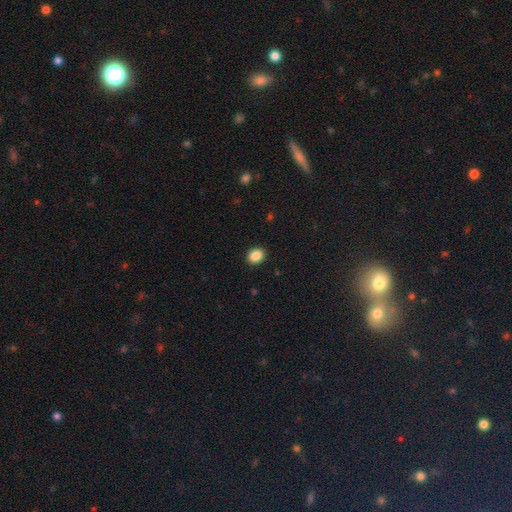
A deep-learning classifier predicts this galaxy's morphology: Smooth or featured?
  - smooth: 88% *
  - star or artifact: 9%
  - featured or disk: 3%
How rounded?
  - round: 52% *
  - in between: 47%
  - cigar-shaped: 1%
Merging?
  - none: 91% *
  - minor disturbance: 6%
  - major disturbance: 2%
  - merger: 1%